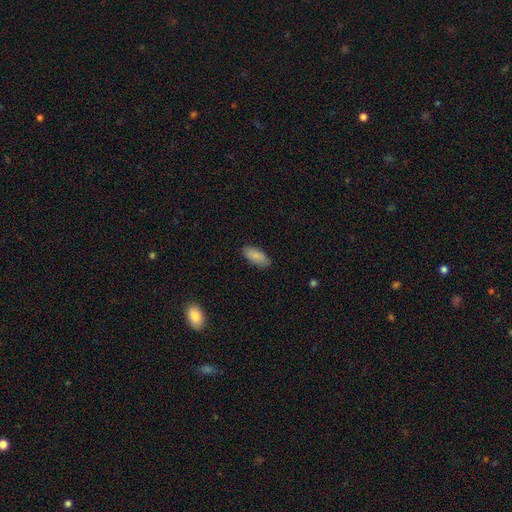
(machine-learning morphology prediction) This appears to be a smooth galaxy with no disk features (85%) that is in between round and cigar-shaped (89%). Merging: none (86%).